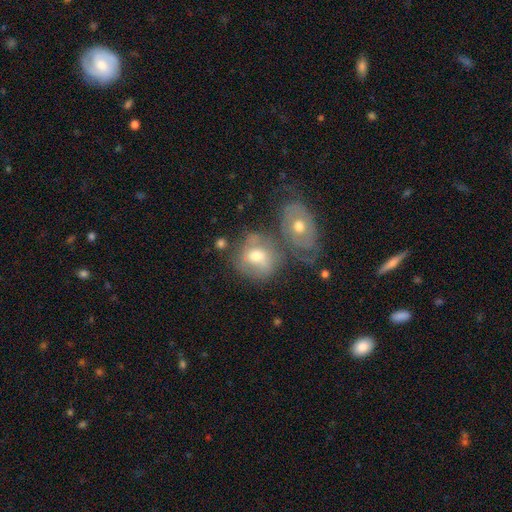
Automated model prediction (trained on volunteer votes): smooth_or_featured: featured or disk (p=0.46) [alt: smooth p=0.45]
merging: none (p=0.40) [alt: merger p=0.38]